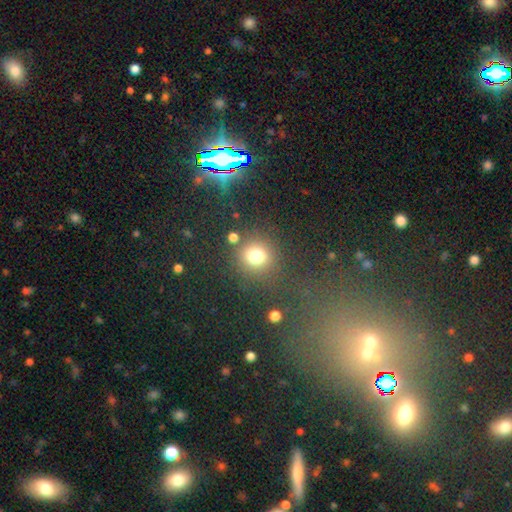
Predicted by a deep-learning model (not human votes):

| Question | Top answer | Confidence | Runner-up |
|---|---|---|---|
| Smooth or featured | smooth | 74% | star or artifact (19%) |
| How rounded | round | 85% | in between (13%) |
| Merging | none | 75% | minor disturbance (11%) |